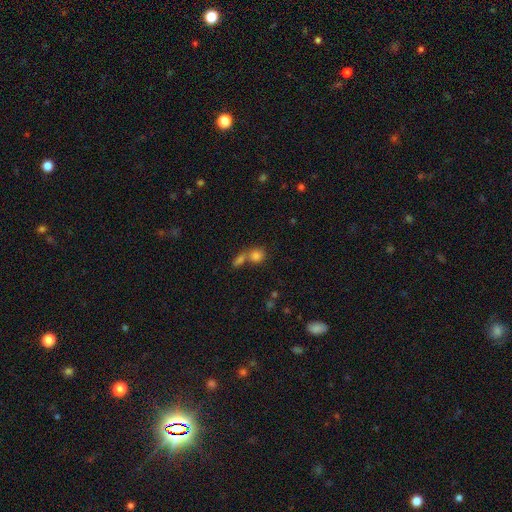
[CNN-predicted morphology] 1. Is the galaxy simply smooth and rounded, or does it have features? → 82% smooth, 11% star or artifact, 7% featured or disk.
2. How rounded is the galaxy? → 66% round, 31% in between, 2% cigar-shaped.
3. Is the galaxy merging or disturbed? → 46% merger, 41% none, 8% minor disturbance, 4% major disturbance.